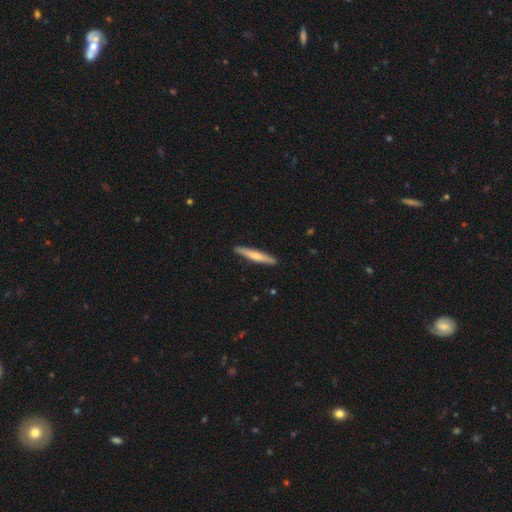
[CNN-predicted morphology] The model was most divided on "smooth or featured": smooth: 57%, featured or disk: 38%, star or artifact: 5%. More confident: how rounded — cigar-shaped (94%); merging — none (91%).